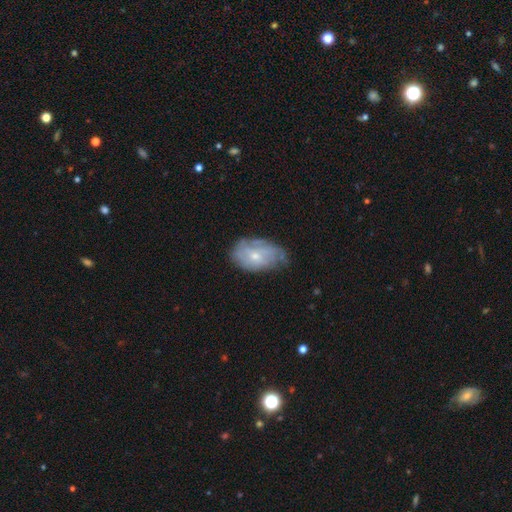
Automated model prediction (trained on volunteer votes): Smooth or featured?
  - featured or disk: 58% *
  - smooth: 35%
  - star or artifact: 8%
Edge-on disk?
  - no: 95% *
  - yes: 5%
Bar?
  - no: 73% *
  - weak: 24%
  - strong: 3%
Spiral arms?
  - yes: 67% *
  - no: 33%
Bulge size?
  - small: 67% *
  - moderate: 28%
  - none: 3%
  - large: 1%
  - dominant: 1%
Merging?
  - none: 51% *
  - minor disturbance: 35%
  - major disturbance: 13%
  - merger: 2%